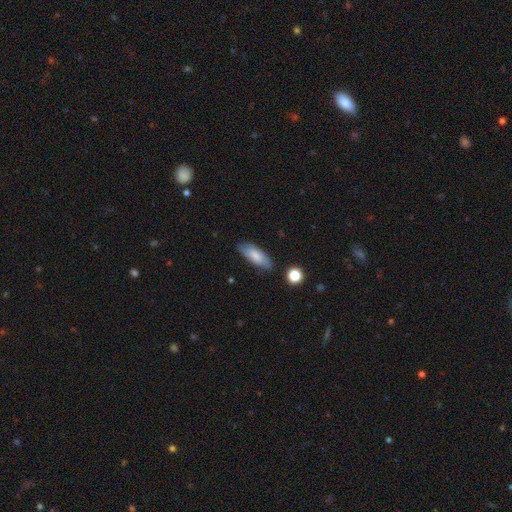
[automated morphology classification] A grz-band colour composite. It shows a smooth galaxy with no disk features (78%) that is in between round and cigar-shaped (69%). Merging: none (80%).